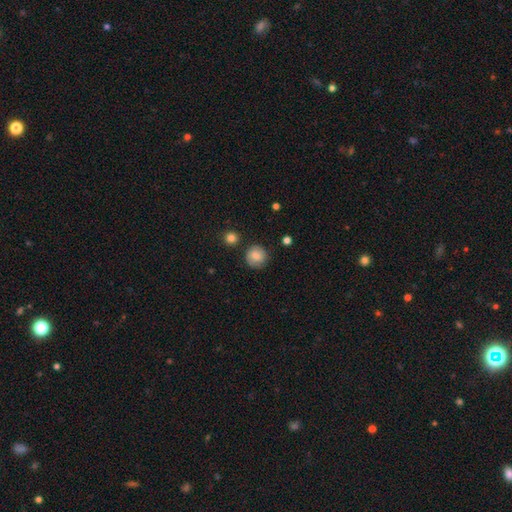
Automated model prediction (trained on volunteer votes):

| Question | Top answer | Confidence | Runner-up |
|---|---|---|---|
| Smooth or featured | smooth | 80% | featured or disk (12%) |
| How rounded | round | 91% | in between (8%) |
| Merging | none | 82% | minor disturbance (12%) |